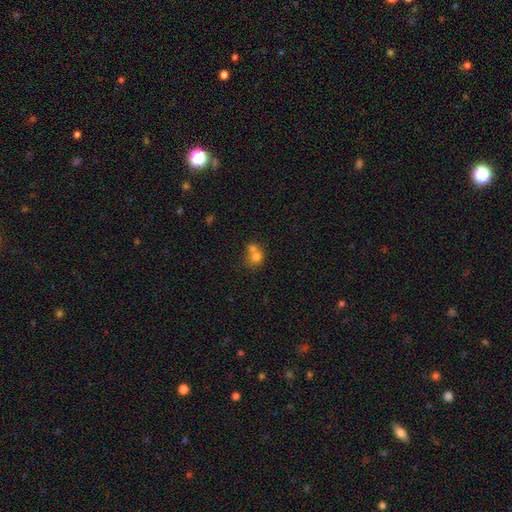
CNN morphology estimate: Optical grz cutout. It shows a smooth galaxy with no disk features (73%) that is round (74%). Merging: merger (58%).